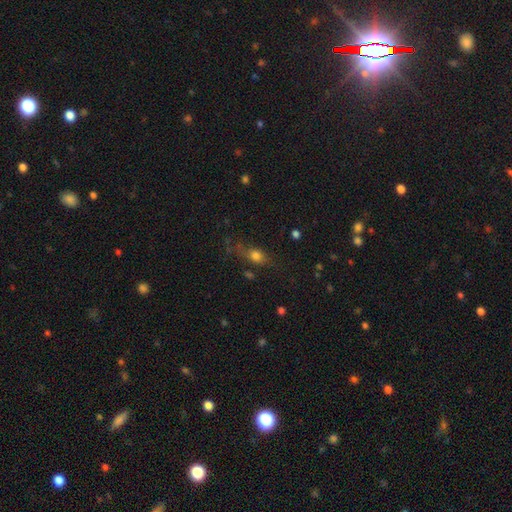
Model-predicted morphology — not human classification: A smooth galaxy with no disk features (71%) that is in between round and cigar-shaped (59%).

Vote fractions:
- Smooth or featured? smooth: 71% / featured or disk: 16% / star or artifact: 13%
- How rounded? in between: 59% / round: 26% / cigar-shaped: 16%
- Merging? none: 59% / minor disturbance: 24% / major disturbance: 13% / merger: 4%